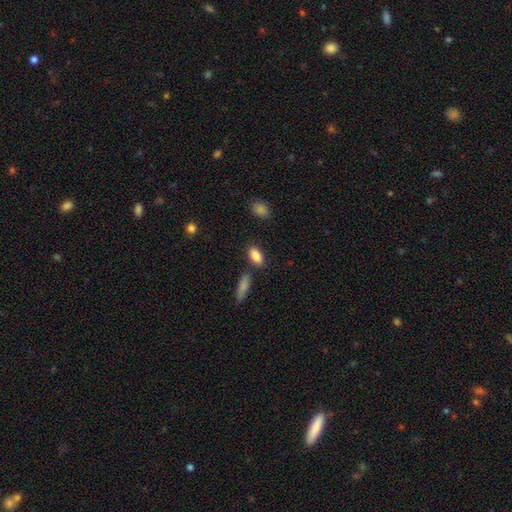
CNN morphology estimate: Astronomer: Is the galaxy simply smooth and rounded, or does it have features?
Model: smooth — 87%.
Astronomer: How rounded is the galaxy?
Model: in between — 89%.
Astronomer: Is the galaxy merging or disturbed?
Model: none — 78%.